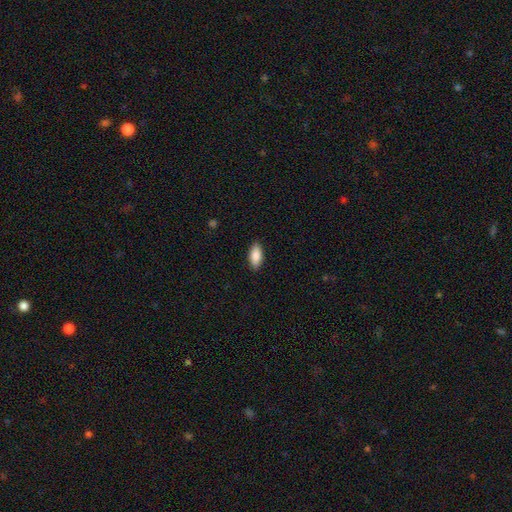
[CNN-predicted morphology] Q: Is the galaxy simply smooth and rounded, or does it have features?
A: smooth — 88%.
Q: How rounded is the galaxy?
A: in between — 88%.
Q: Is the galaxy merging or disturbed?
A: none — 88%.